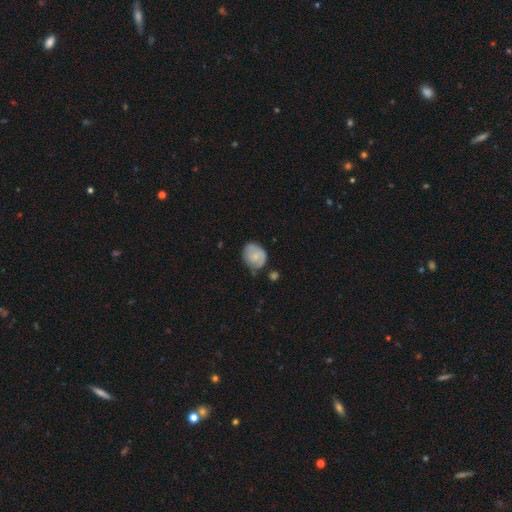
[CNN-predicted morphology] smooth_or_featured: smooth (p=0.60) [alt: featured or disk p=0.33]
how_rounded: round (p=0.58) [alt: in between p=0.41]
merging: none (p=0.53) [alt: minor disturbance p=0.34]